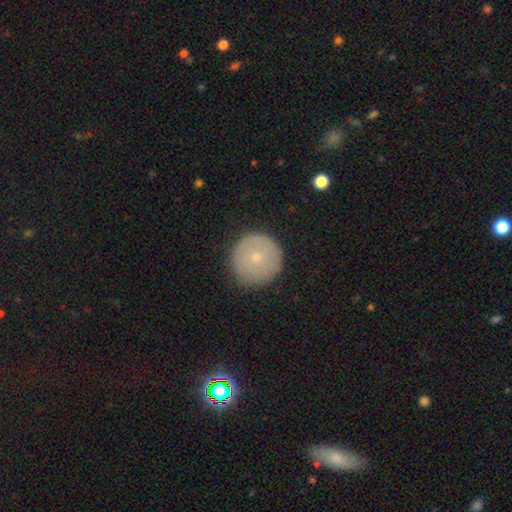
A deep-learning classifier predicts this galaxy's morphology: Smooth or featured? Predicted: smooth (p=0.68). How rounded? Predicted: round (p=0.96). Merging? Predicted: none (p=0.89).